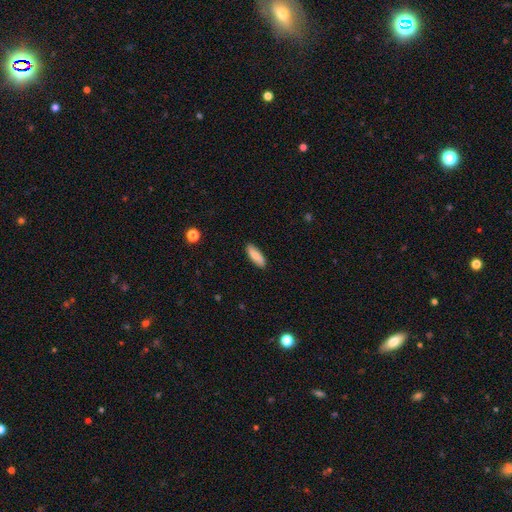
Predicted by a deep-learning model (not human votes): A smooth galaxy with no disk features (82%) that is in between round and cigar-shaped (55%). Merging: none (88%).